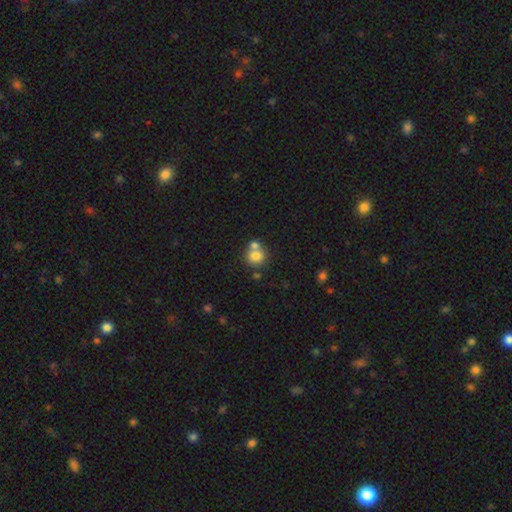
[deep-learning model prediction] Smooth or featured? smooth (78%)
How rounded? round (86%)
Merging? none (49%)